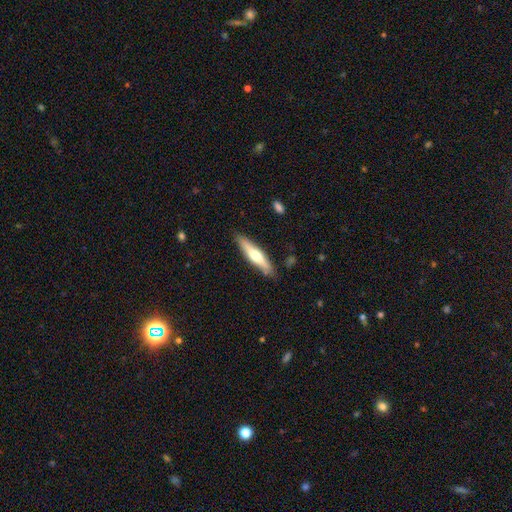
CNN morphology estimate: Overall: smooth (53%; featured or disk 42%). How rounded: cigar-shaped (80%). Merging: none (84%).